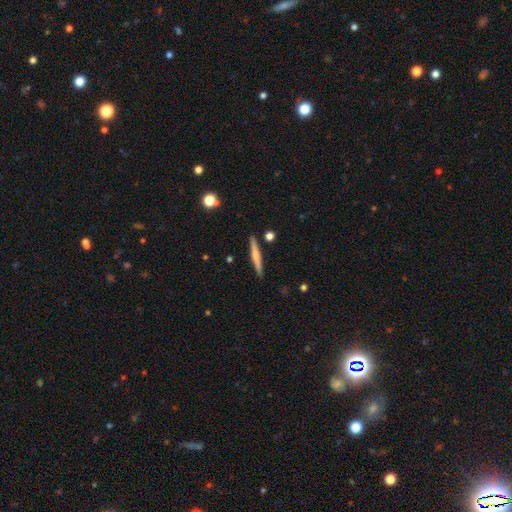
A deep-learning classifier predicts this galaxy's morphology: Q: Smooth or featured?
A: smooth (49%); runner-up: featured or disk (46%)
Q: Merging?
A: none (90%); runner-up: minor disturbance (6%)